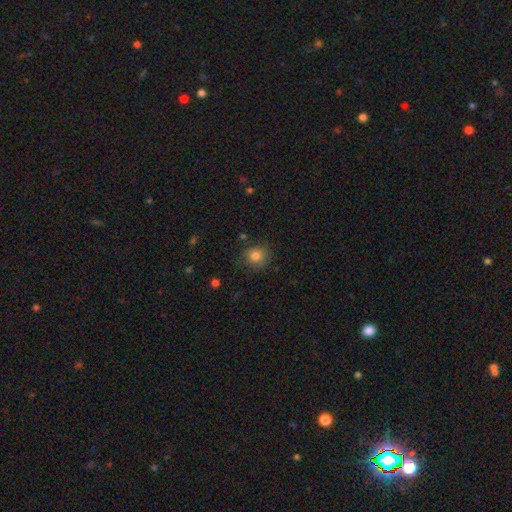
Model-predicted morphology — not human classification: Overall: smooth (81%). How rounded: round (82%). Merging: none (76%).